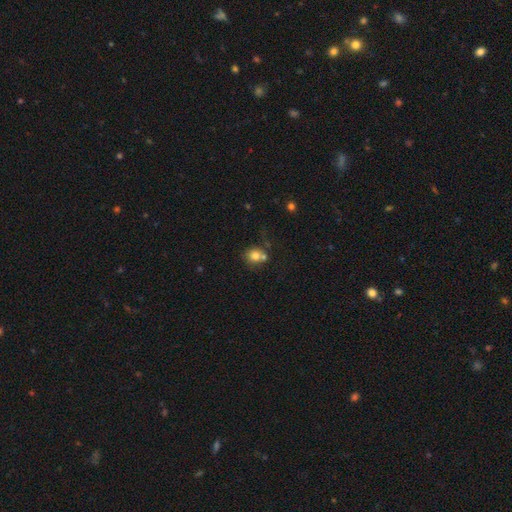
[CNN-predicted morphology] Smooth or featured? Predicted: smooth (p=0.77). How rounded? Predicted: round (p=0.77). Merging? Predicted: none (p=0.52).